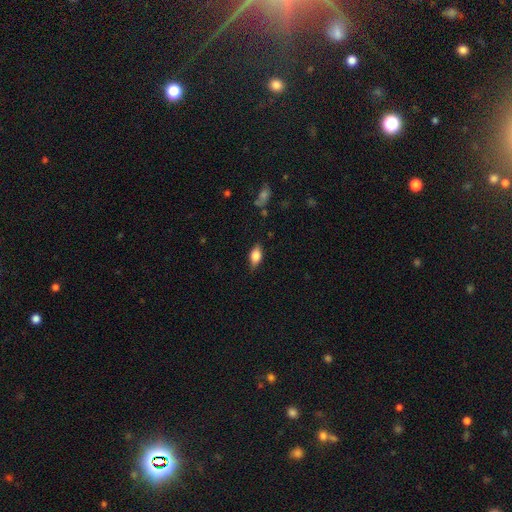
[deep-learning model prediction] The model was most divided on "smooth or featured": smooth: 71%, featured or disk: 21%, star or artifact: 8%. More confident: how rounded — in between (83%); merging — none (75%).